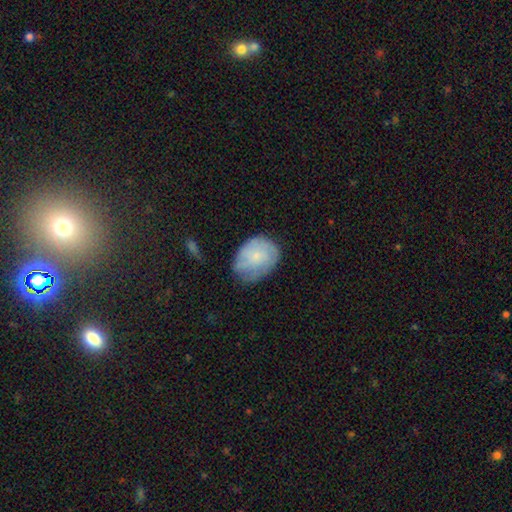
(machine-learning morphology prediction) smooth-or-featured: smooth: 53% | featured or disk: 40% | star or artifact: 7%
  how-rounded: in between: 60% | round: 39% | cigar-shaped: 1%
  merging: none: 55% | minor disturbance: 32% | major disturbance: 11% | merger: 2%